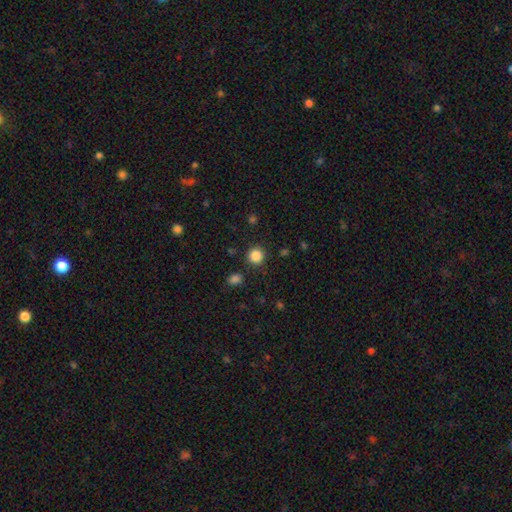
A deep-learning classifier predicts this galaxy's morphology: A smooth galaxy with no disk features (85%) that is round (93%). Merging: none (89%).